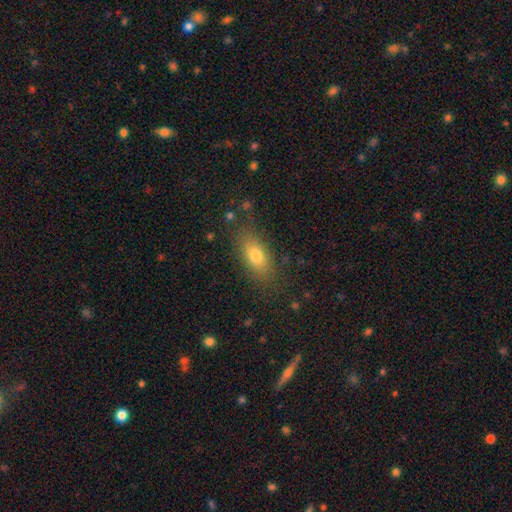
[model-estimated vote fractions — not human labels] The model was most divided on "smooth or featured": smooth: 76%, featured or disk: 14%, star or artifact: 9%. More confident: how rounded — in between (81%); merging — none (81%).